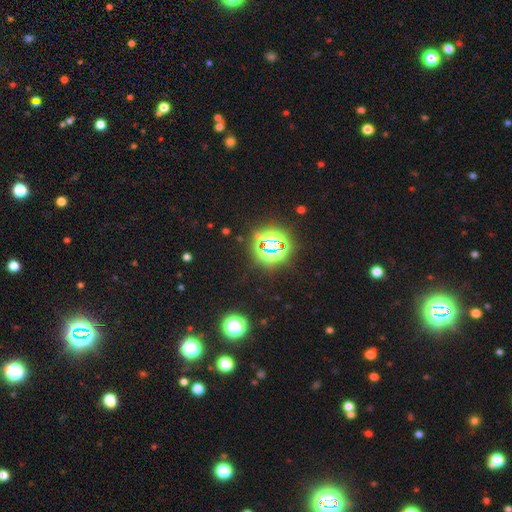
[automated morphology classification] type=star or artifact (79%).